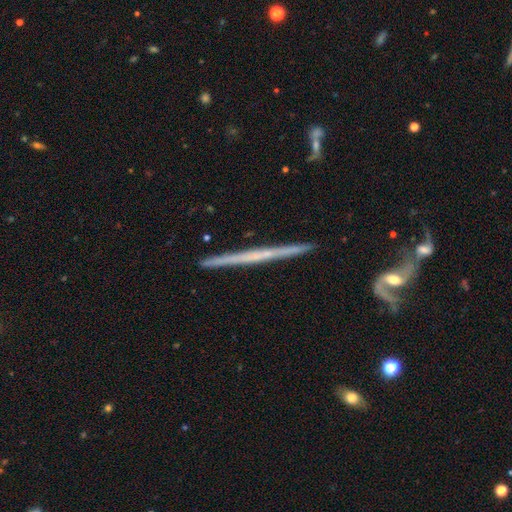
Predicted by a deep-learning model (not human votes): This is likely a featured or disk galaxy (70%). It is clearly viewed edge-on (98%). Edge-on bulge: likely none (79%). Merging: clearly none (90%).